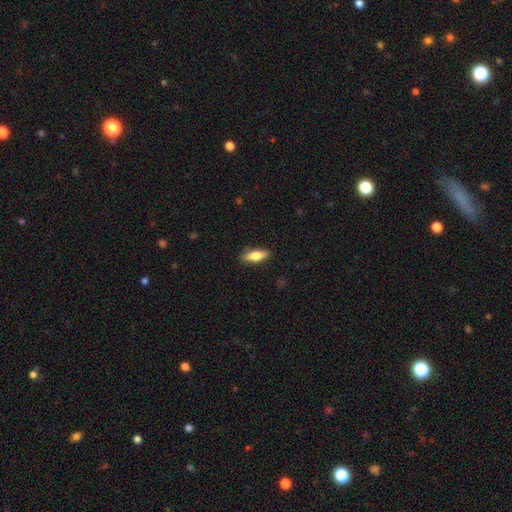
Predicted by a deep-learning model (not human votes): This is likely a smooth galaxy (70%). How rounded: likely in between (63%). Merging: clearly none (87%).